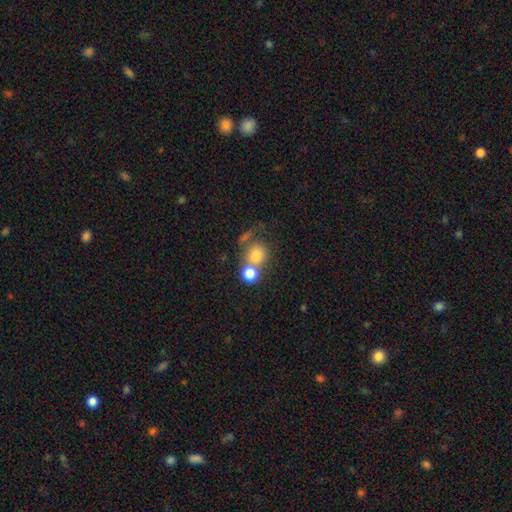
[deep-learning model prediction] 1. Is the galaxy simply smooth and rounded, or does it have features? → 75% smooth, 13% star or artifact, 12% featured or disk.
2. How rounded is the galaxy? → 82% round, 17% in between, 1% cigar-shaped.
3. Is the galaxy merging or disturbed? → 45% none, 38% merger, 10% minor disturbance, 7% major disturbance.